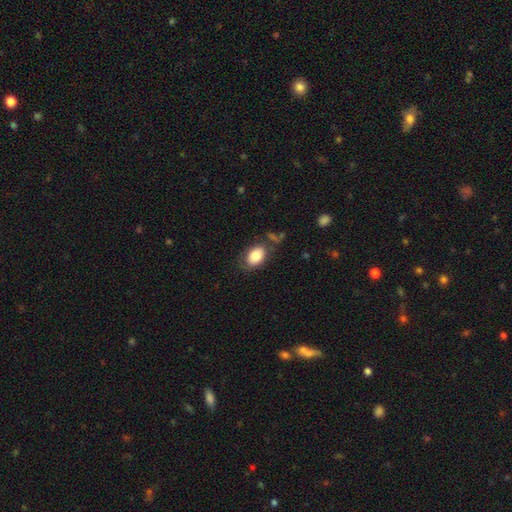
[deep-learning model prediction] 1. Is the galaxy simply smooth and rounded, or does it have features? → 82% smooth, 11% featured or disk, 7% star or artifact.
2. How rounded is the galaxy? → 85% in between, 14% round, 1% cigar-shaped.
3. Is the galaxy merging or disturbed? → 68% none, 19% minor disturbance, 7% major disturbance, 5% merger.